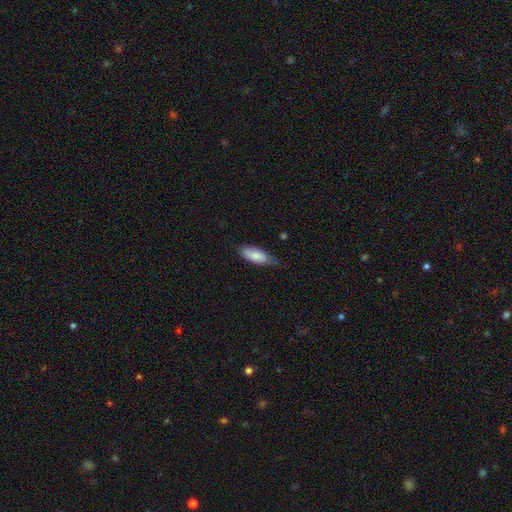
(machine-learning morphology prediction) A smooth galaxy with no disk features (82%) that is in between round and cigar-shaped (76%). Merging: none (63%).